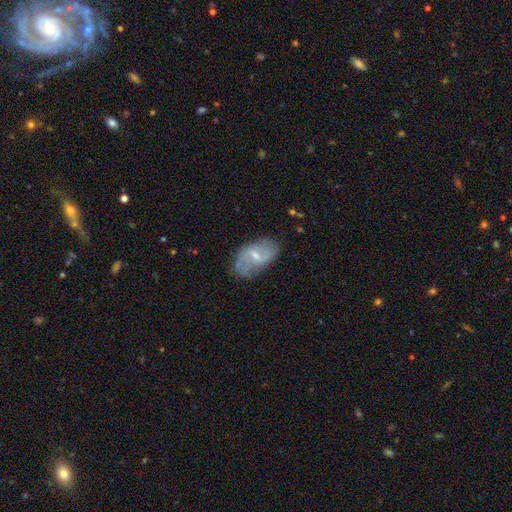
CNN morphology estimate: This is likely a featured or disk galaxy (67%). It is clearly not viewed edge-on (95%). Bar: possibly weak (60%). Spiral arm pattern: likely yes (78%). Central bulge: possibly small (53%). Merging: likely none (62%).